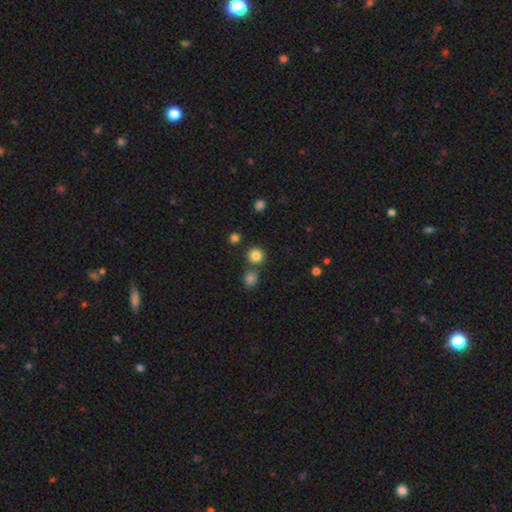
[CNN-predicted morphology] This is clearly a smooth galaxy (83%). How rounded: clearly round (92%). Merging: likely none (76%).